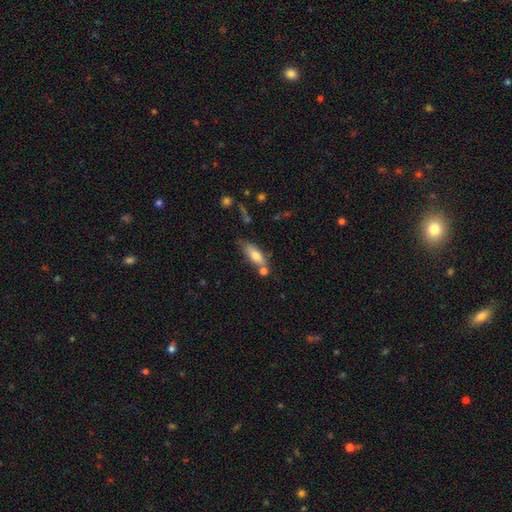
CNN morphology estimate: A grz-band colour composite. It shows a smooth galaxy with no disk features (70%) that is in between round and cigar-shaped (58%). Merging: none (57%).